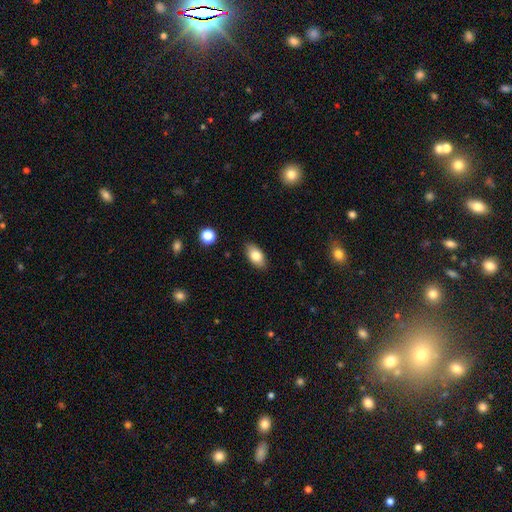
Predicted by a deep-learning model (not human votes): This is clearly a smooth galaxy (81%). How rounded: clearly in between (92%). Merging: clearly none (88%).